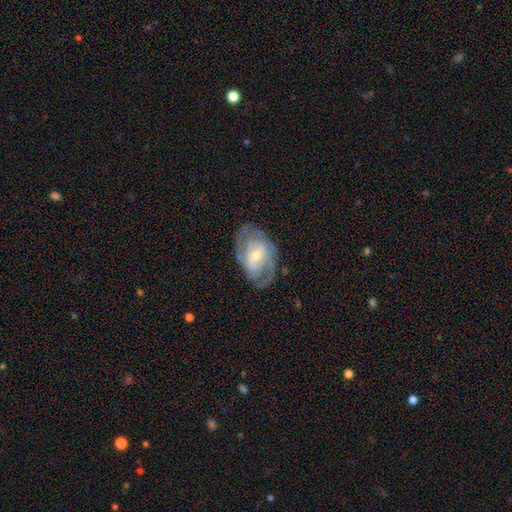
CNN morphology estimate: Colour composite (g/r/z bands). It shows a featured or disk galaxy (81%) with a weak bar (46%), 2 (63%) tight (45%) spiral arms (90%) and a small central bulge (49%). Merging: none (73%).